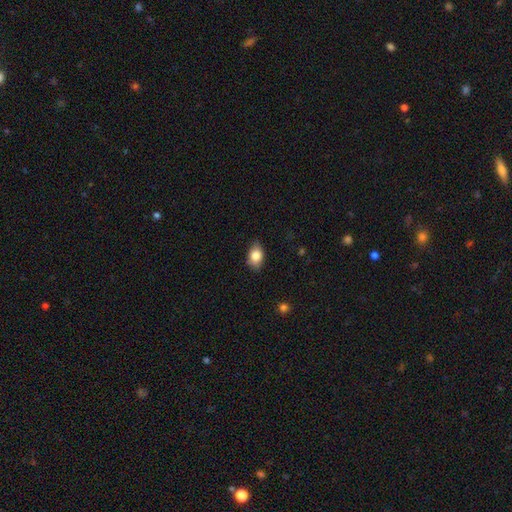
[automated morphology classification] A smooth galaxy with no disk features (82%) that is in between round and cigar-shaped (87%). Merging: none (81%).